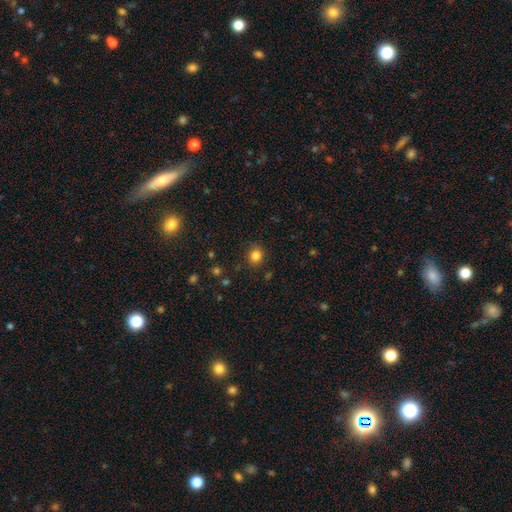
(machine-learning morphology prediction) smooth_or_featured: smooth (p=0.83) [alt: star or artifact p=0.12]
how_rounded: round (p=0.77) [alt: in between p=0.22]
merging: none (p=0.84) [alt: minor disturbance p=0.11]